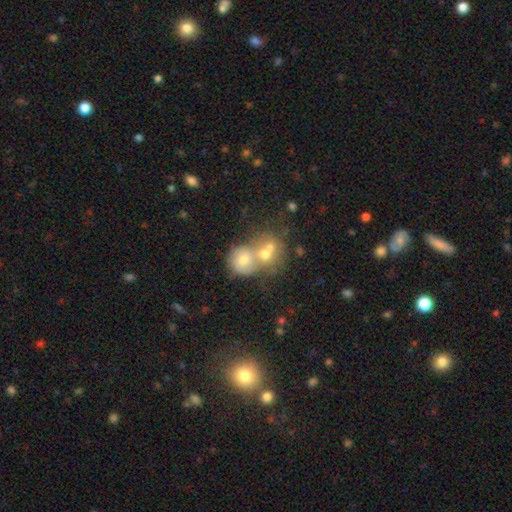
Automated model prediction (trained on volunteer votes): A smooth galaxy with no disk features (55%) that is round (64%). Merging: merger (64%).